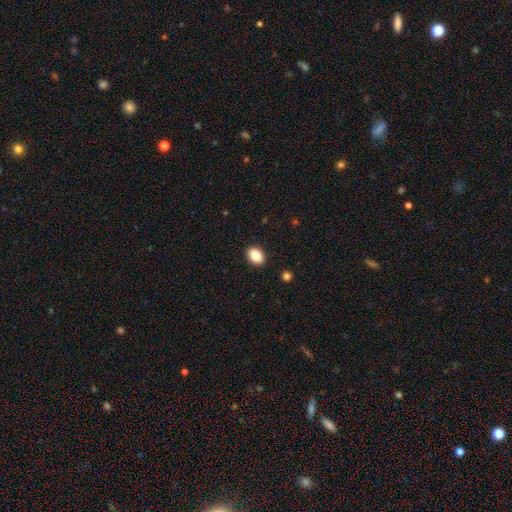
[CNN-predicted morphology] Smooth or featured: smooth — 86% (star or artifact — 8%)
How rounded: in between — 78% (round — 21%)
Merging: none — 91% (minor disturbance — 7%)